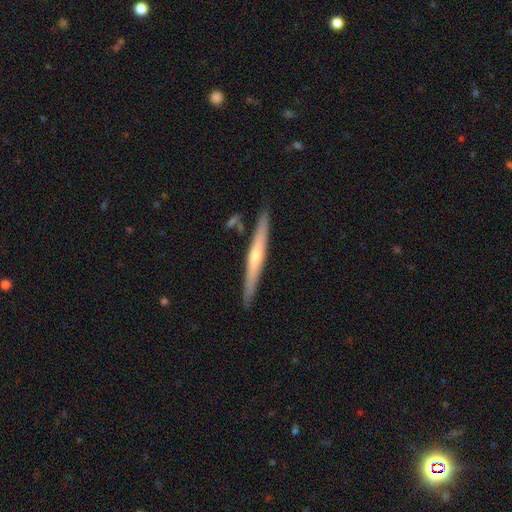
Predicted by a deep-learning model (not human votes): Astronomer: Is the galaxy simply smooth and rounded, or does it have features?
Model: featured or disk — 63%.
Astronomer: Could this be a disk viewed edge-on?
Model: yes — 96%.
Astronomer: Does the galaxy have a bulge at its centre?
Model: rounded — 70%.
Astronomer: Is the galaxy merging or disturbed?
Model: none — 88%.